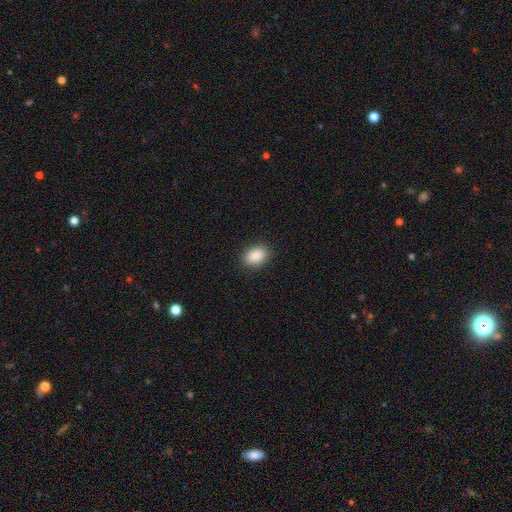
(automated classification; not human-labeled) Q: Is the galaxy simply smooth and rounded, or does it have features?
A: smooth — 89%.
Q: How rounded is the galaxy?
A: in between — 83%.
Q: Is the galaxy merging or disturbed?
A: none — 90%.